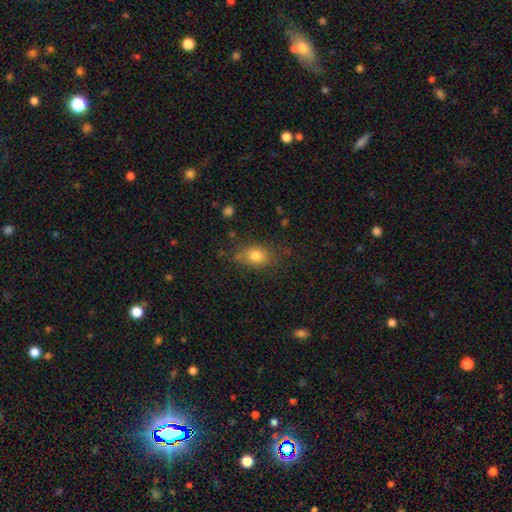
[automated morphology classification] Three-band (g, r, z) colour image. It shows a smooth galaxy with no disk features (80%) that is in between round and cigar-shaped (67%). Merging: none (72%).